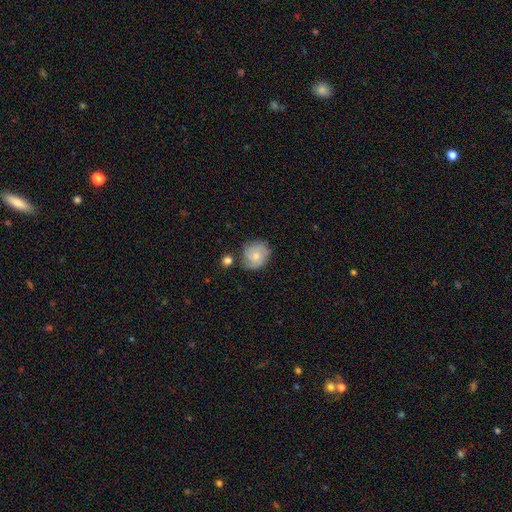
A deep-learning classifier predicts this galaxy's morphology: A smooth galaxy with no disk features (55%) that is round (77%). Merging: none (68%).